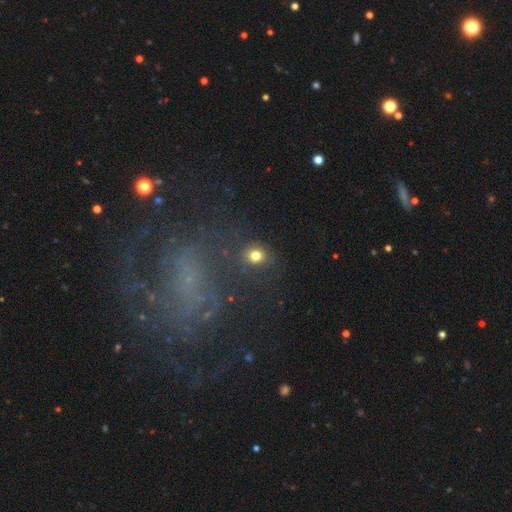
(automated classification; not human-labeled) Smooth or featured? Predicted: smooth (p=0.76). How rounded? Predicted: round (p=0.76). Merging? Predicted: none (p=0.79).